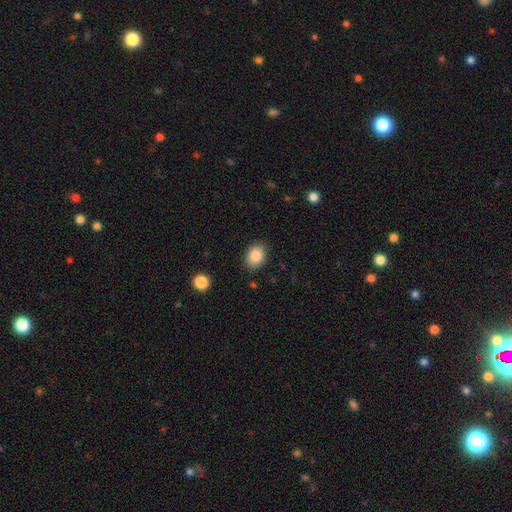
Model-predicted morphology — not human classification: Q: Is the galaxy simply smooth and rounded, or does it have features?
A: smooth — 85%.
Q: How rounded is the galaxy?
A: in between — 68%.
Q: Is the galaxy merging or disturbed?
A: none — 86%.